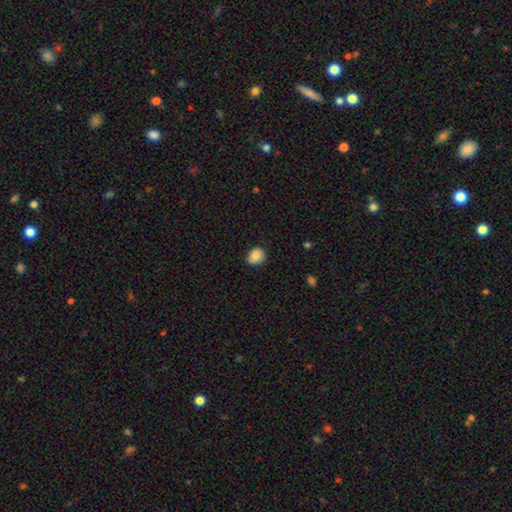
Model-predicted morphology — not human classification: Q: Smooth or featured?
A: smooth (87%); runner-up: star or artifact (9%)
Q: How rounded?
A: round (62%); runner-up: in between (37%)
Q: Merging?
A: none (77%); runner-up: minor disturbance (18%)